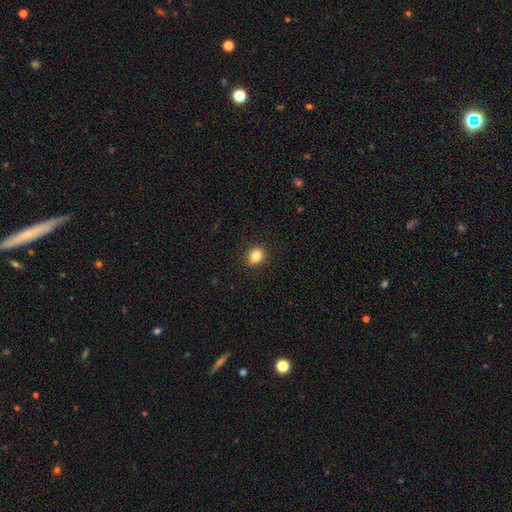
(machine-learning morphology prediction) type=smooth (83%); roundness=round (62%); merging=none (91%).